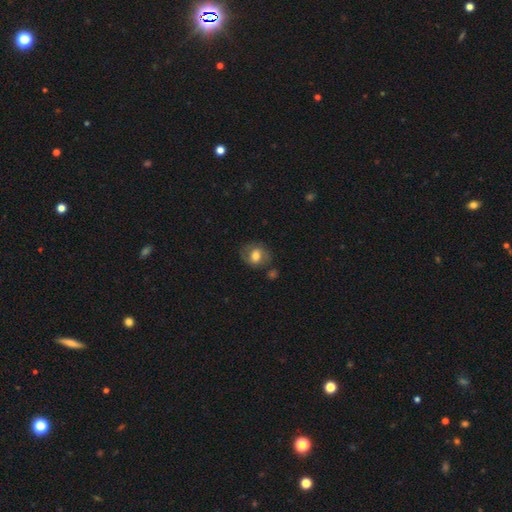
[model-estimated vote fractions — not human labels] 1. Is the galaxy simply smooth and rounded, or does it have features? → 64% smooth, 28% featured or disk, 8% star or artifact.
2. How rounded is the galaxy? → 57% round, 41% in between, 1% cigar-shaped.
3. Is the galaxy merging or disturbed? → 67% none, 20% minor disturbance, 8% major disturbance, 5% merger.